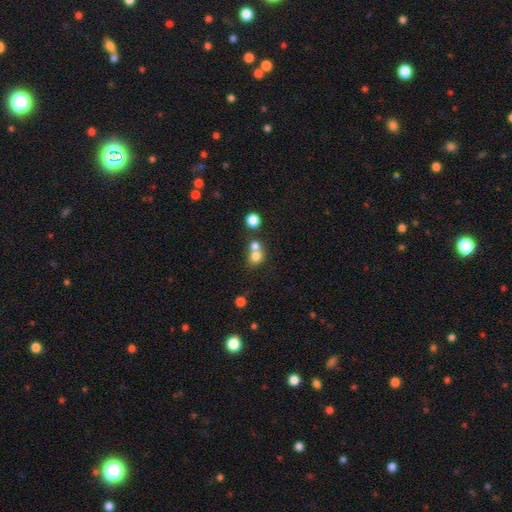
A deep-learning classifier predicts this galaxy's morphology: A smooth galaxy with no disk features (76%) that is round (80%).

Vote fractions:
- Smooth or featured? smooth: 76% / star or artifact: 13% / featured or disk: 11%
- How rounded? round: 80% / in between: 19% / cigar-shaped: 1%
- Merging? merger: 53% / none: 38% / minor disturbance: 6% / major disturbance: 3%